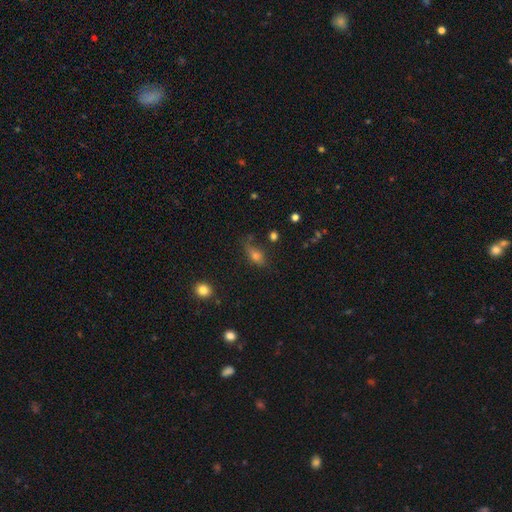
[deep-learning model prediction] Smooth or featured?
  - smooth: 60% *
  - featured or disk: 23%
  - star or artifact: 16%
How rounded?
  - in between: 69% *
  - cigar-shaped: 18%
  - round: 13%
Merging?
  - none: 61% *
  - minor disturbance: 24%
  - major disturbance: 11%
  - merger: 4%